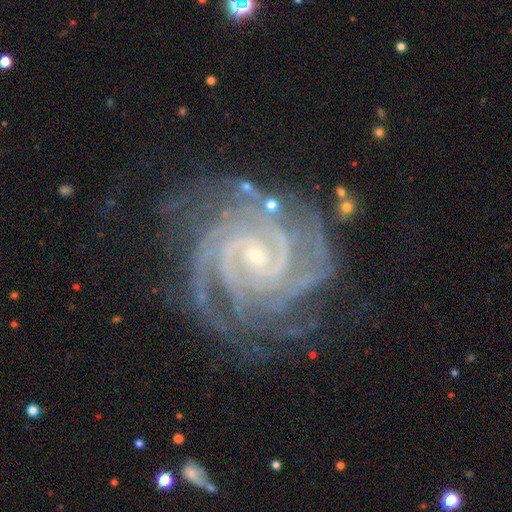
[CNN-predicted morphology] featured or disk 93%, star or artifact 5%, smooth 3%. Down the decision tree: edge-on disk — no (98%); bar — no (54%); spiral arms — yes (99%); spiral arm count — 2 (24%); spiral winding — tight (78%); bulge size — small (82%); merging — none (74%).